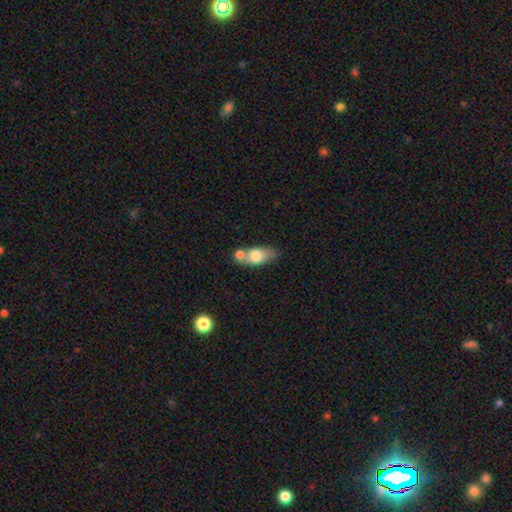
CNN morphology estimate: type=smooth (69%); roundness=in between (80%); merging=none (45%).